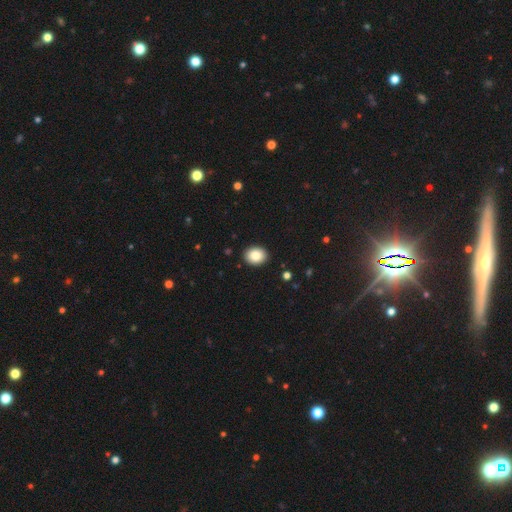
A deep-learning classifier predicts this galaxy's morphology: A smooth galaxy with no disk features (85%) that is round (50%). Merging: none (92%).